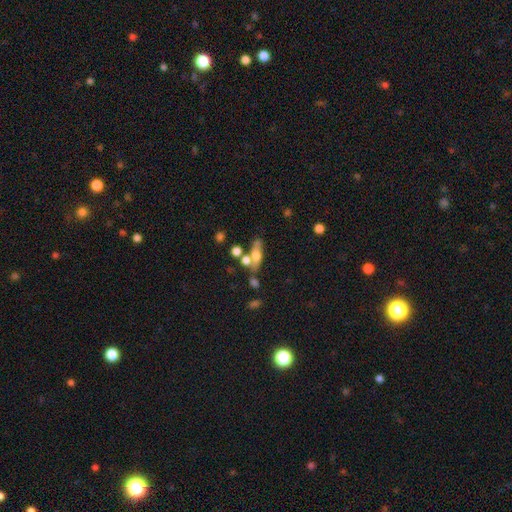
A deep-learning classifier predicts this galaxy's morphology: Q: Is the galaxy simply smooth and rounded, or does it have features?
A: smooth — 49%.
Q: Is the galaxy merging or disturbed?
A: none — 51%.